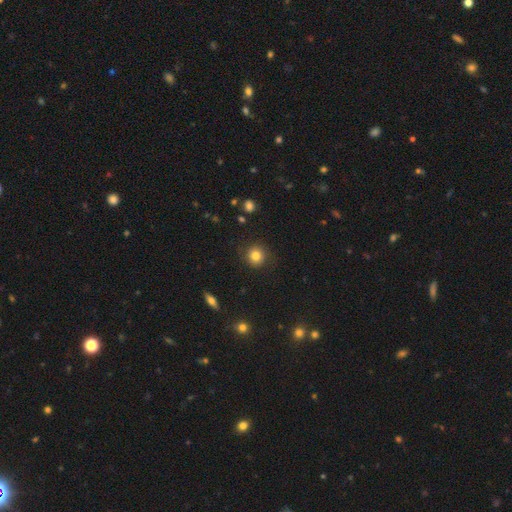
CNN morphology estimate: Q: Smooth or featured?
A: smooth (81%); runner-up: star or artifact (11%)
Q: How rounded?
A: round (90%); runner-up: in between (9%)
Q: Merging?
A: none (87%); runner-up: minor disturbance (9%)